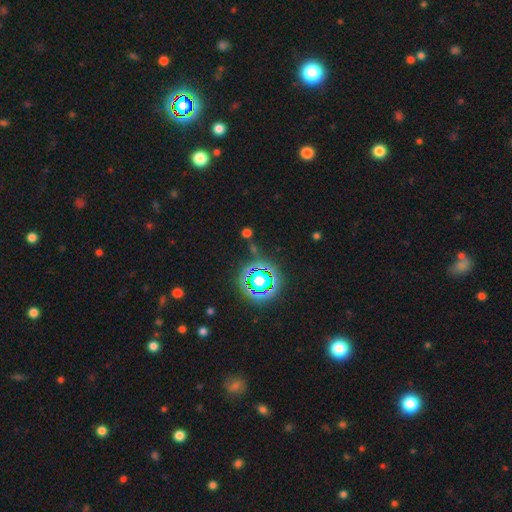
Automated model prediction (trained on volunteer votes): smooth-or-featured: star or artifact: 75% | smooth: 16% | featured or disk: 8%